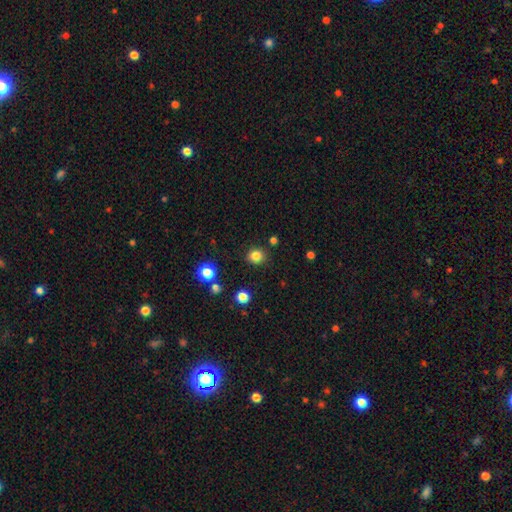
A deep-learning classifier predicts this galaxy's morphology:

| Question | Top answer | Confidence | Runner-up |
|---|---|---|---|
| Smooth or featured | smooth | 83% | star or artifact (13%) |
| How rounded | round | 83% | in between (16%) |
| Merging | none | 87% | minor disturbance (8%) |